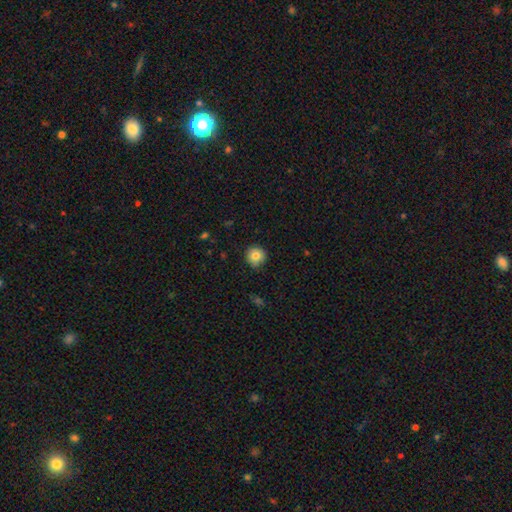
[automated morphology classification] Smooth or featured: smooth — 81% (star or artifact — 10%)
How rounded: round — 93% (in between — 6%)
Merging: none — 83% (minor disturbance — 13%)